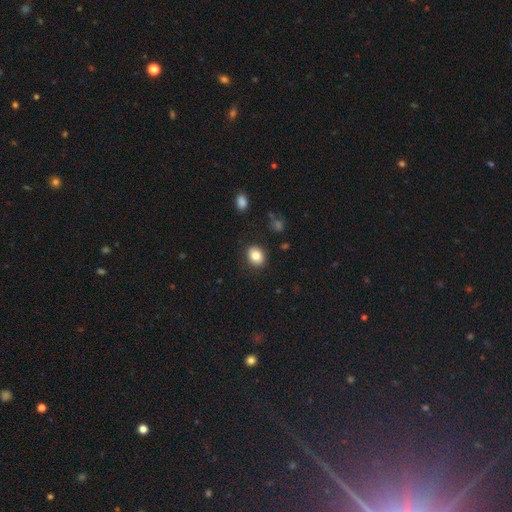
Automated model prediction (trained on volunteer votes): A smooth galaxy with no disk features (82%) that is round (50%).

Vote fractions:
- Smooth or featured? smooth: 82% / star or artifact: 9% / featured or disk: 9%
- How rounded? round: 50% / in between: 49% / cigar-shaped: 1%
- Merging? none: 88% / minor disturbance: 8% / major disturbance: 2% / merger: 1%